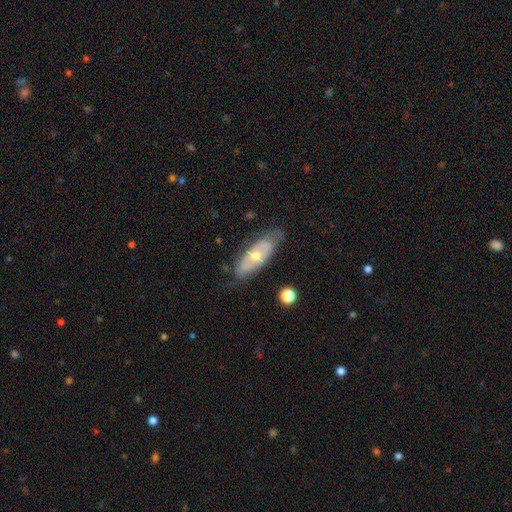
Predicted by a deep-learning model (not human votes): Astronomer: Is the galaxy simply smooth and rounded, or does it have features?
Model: featured or disk — 58% (runner-up: smooth, 36%).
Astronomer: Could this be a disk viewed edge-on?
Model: no — 80%.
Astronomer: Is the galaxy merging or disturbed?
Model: none — 72%.